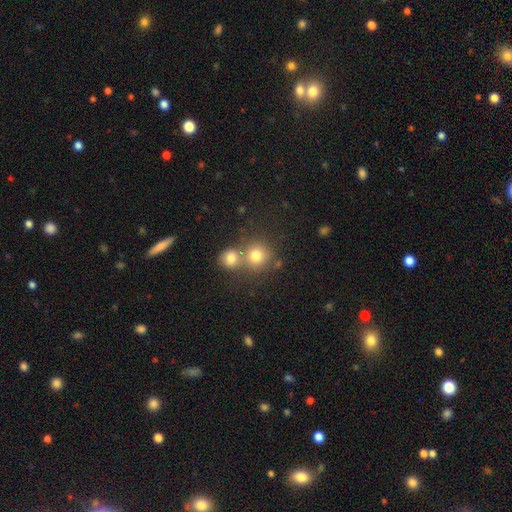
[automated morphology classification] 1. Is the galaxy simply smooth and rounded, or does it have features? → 77% smooth, 13% star or artifact, 10% featured or disk.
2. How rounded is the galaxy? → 87% round, 12% in between, 1% cigar-shaped.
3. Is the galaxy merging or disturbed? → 48% none, 41% merger, 7% minor disturbance, 3% major disturbance.